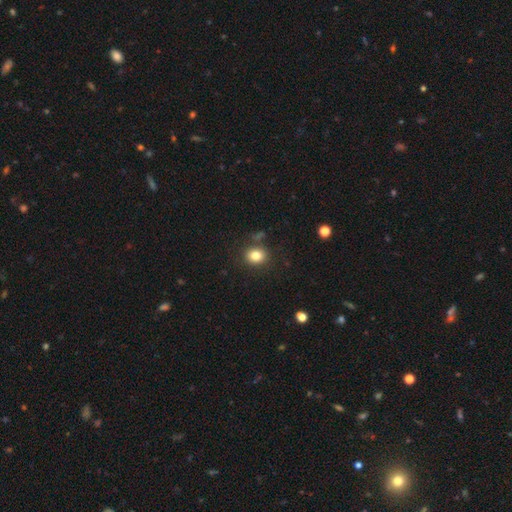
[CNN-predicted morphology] Smooth or featured? smooth (81%)
How rounded? round (61%)
Merging? none (81%)